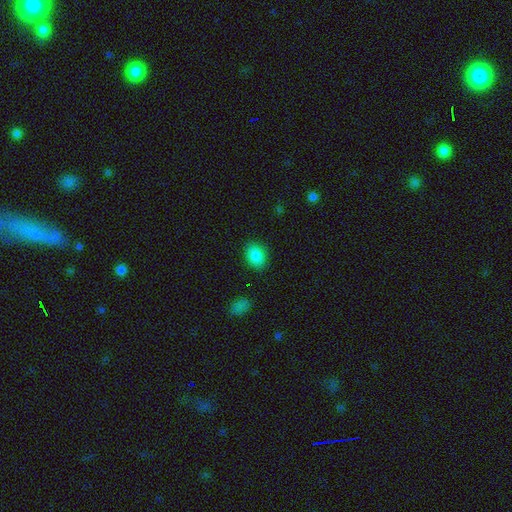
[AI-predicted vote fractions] smooth_or_featured: smooth (p=0.88) [alt: star or artifact p=0.09]
how_rounded: in between (p=0.67) [alt: round p=0.32]
merging: none (p=0.85) [alt: minor disturbance p=0.10]